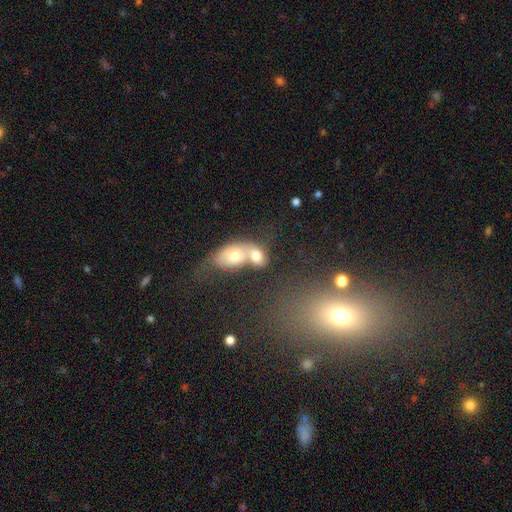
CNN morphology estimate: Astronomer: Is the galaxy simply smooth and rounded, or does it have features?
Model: smooth — 67%.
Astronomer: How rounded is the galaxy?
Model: in between — 68%.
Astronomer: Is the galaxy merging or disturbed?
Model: merger — 70%.